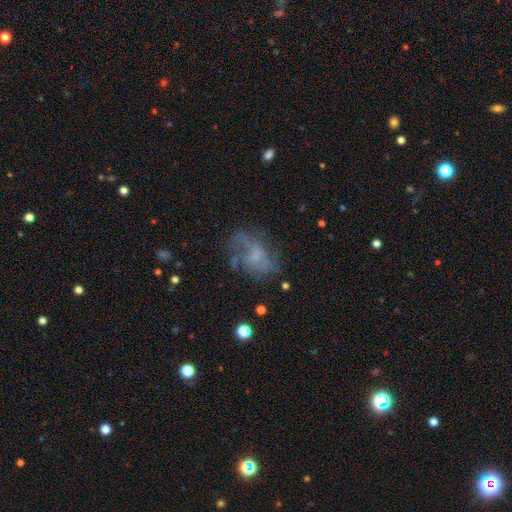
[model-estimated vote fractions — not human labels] Smooth or featured? featured or disk (58%)
Edge-on disk? no (97%)
Bar? no (67%)
Spiral arms? yes (60%)
Bulge size? small (41%, tied with none)
Merging? none (46%)